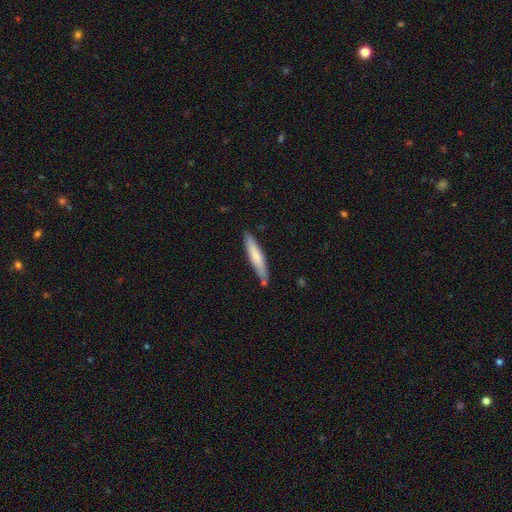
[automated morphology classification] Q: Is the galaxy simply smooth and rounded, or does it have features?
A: smooth — 69%.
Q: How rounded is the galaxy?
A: cigar-shaped — 88%.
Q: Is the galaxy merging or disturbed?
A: none — 80%.